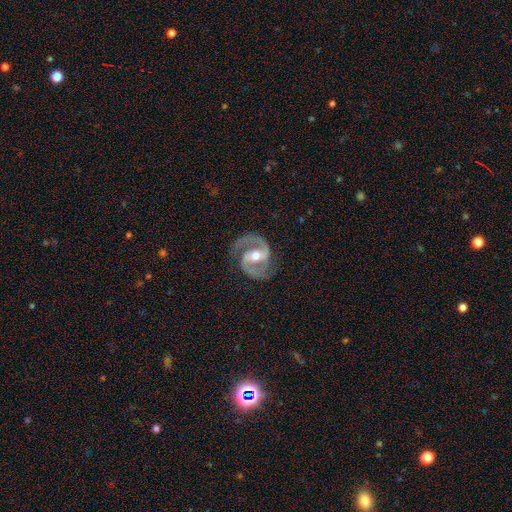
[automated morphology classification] Q: Smooth or featured?
A: featured or disk (93%); runner-up: star or artifact (4%)
Q: Edge-on disk?
A: no (98%); runner-up: yes (2%)
Q: Bar?
A: weak (41%); runner-up: strong (35%)
Q: Spiral arms?
A: yes (98%); runner-up: no (2%)
Q: Spiral winding?
A: medium (61%); runner-up: tight (25%)
Q: Spiral arm count?
A: 2 (94%); runner-up: 1 (2%)
Q: Bulge size?
A: moderate (72%); runner-up: small (22%)
Q: Merging?
A: none (81%); runner-up: minor disturbance (13%)